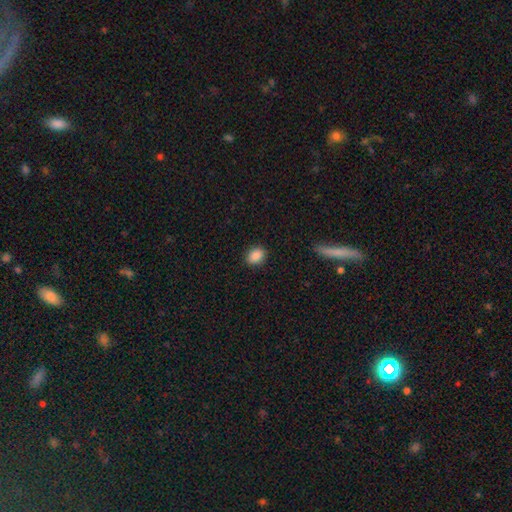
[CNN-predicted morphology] This is clearly a smooth galaxy (88%). How rounded: likely in between (63%). Merging: clearly none (88%).